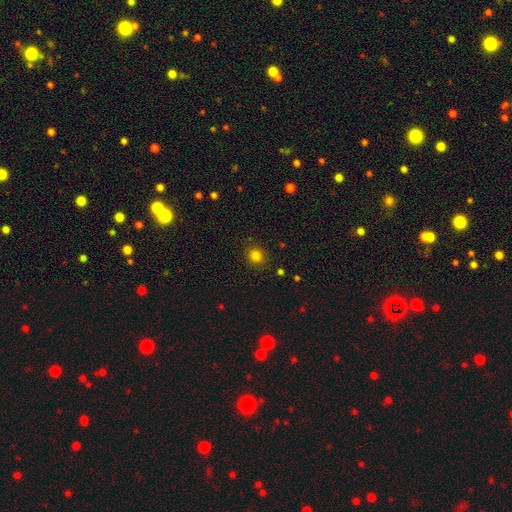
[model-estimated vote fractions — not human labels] The model was most divided on "smooth or featured": smooth: 82%, star or artifact: 14%, featured or disk: 4%. More confident: merging — none (88%); how rounded — round (86%).